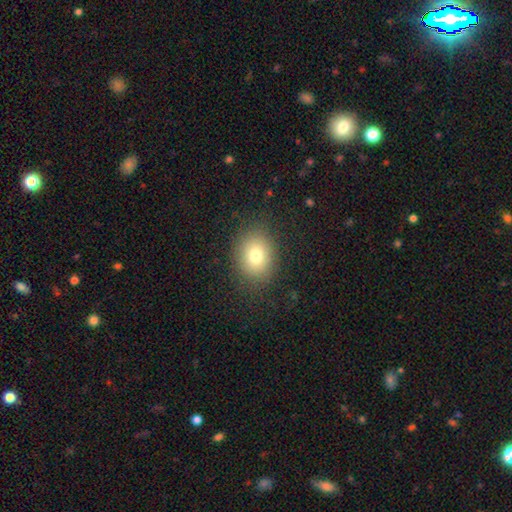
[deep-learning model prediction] smooth 77%, star or artifact 12%, featured or disk 11%. Down the decision tree: how rounded — round (52%); merging — none (87%).